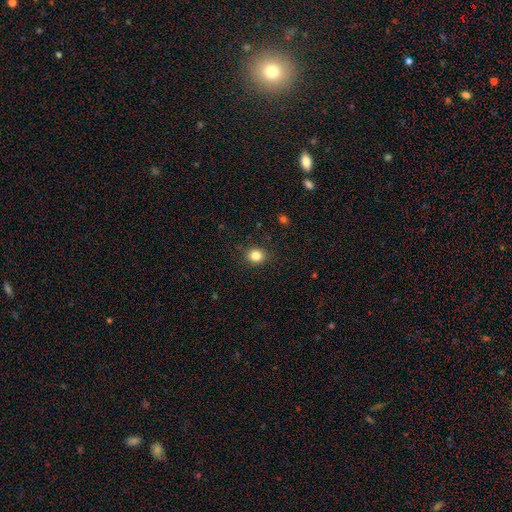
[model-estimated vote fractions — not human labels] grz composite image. It shows a smooth galaxy with no disk features (84%) that is round (70%). Merging: none (88%).